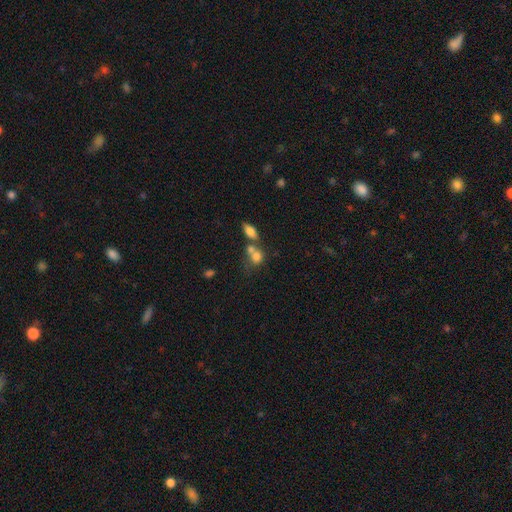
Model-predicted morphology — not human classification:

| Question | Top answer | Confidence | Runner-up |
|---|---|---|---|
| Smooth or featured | smooth | 75% | featured or disk (14%) |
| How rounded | round | 56% | in between (42%) |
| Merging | merger | 50% | none (33%) |